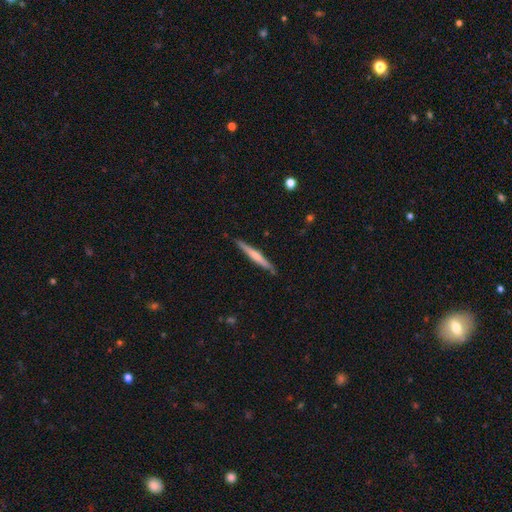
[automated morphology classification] Smooth or featured?
  - smooth: 47% * (tied)
  - featured or disk: 47% * (tied)
  - star or artifact: 5%
Merging?
  - none: 88% *
  - minor disturbance: 9%
  - major disturbance: 2%
  - merger: 1%